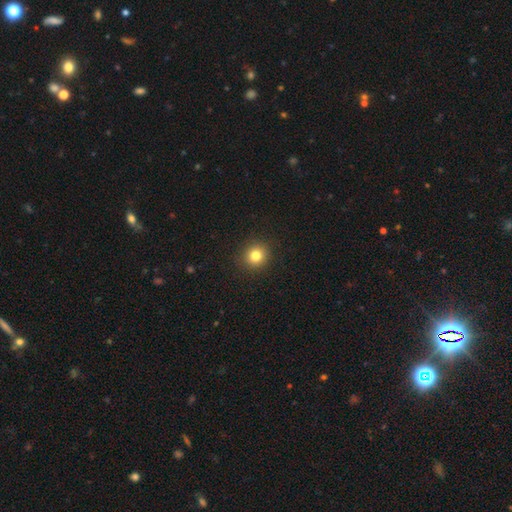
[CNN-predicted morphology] Smooth or featured? Predicted: smooth (p=0.81). How rounded? Predicted: round (p=0.90). Merging? Predicted: none (p=0.92).